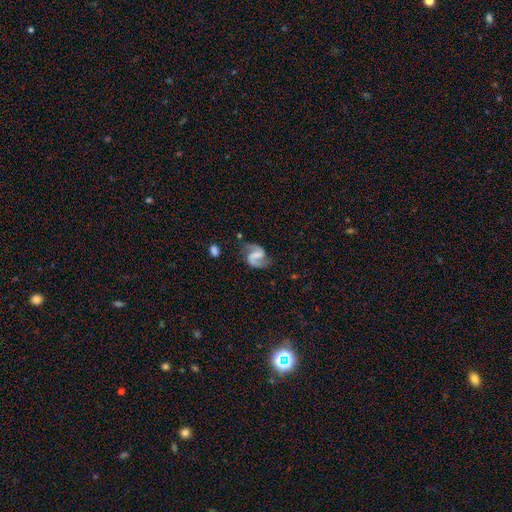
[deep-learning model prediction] Morphology: type=featured or disk (88%); edge-on=no (98%); bar=weak (46%); spiral arms=yes (97%); winding=medium (51%); arm count=2 (93%); bulge=none (48%); merging=none (76%).